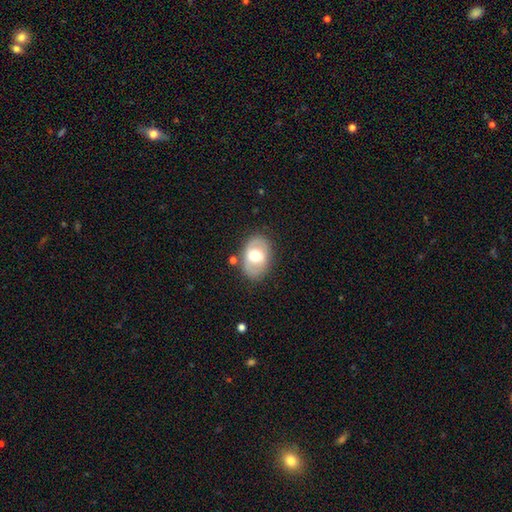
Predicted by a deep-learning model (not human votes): Smooth or featured? smooth (49%)
Merging? none (77%)